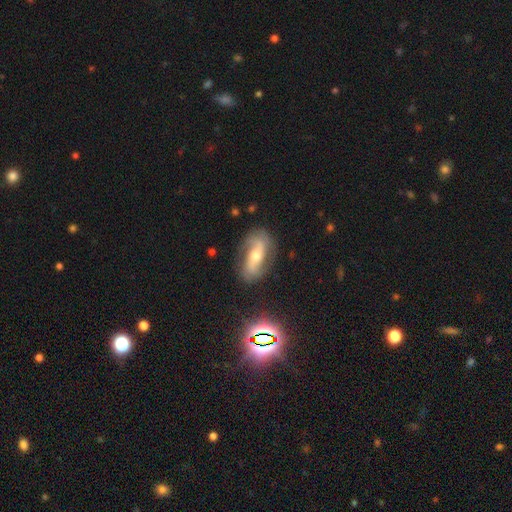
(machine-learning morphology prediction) smooth_or_featured: featured or disk (p=0.73) [alt: smooth p=0.16]
disk_edge_on: no (p=0.90) [alt: yes p=0.10]
bar: no (p=0.39) [alt: weak p=0.30]
has_spiral_arms: yes (p=0.89) [alt: no p=0.11]
spiral_winding: loose (p=0.44) [alt: medium p=0.36]
spiral_arm_count: 2 (p=0.84) [alt: can't tell p=0.09]
bulge_size: moderate (p=0.61) [alt: small p=0.32]
merging: none (p=0.76) [alt: minor disturbance p=0.16]